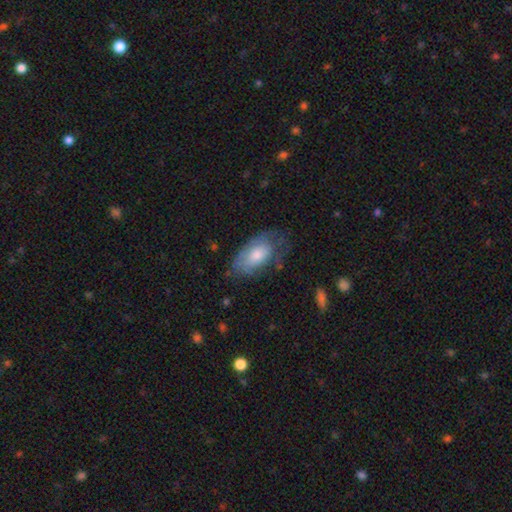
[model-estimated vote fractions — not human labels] Smooth or featured: smooth — 64% (featured or disk — 30%)
How rounded: in between — 93% (cigar-shaped — 4%)
Merging: none — 53% (minor disturbance — 30%)